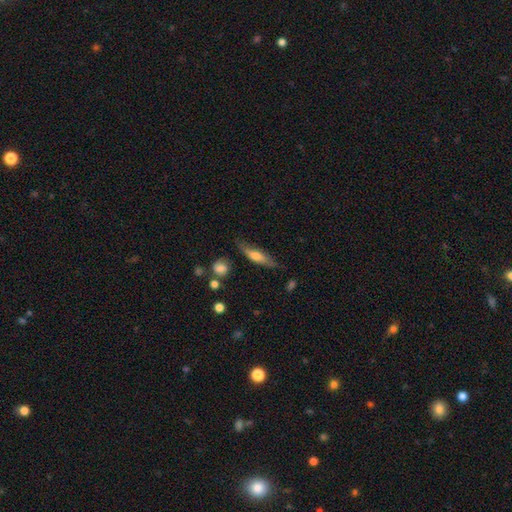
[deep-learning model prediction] smooth_or_featured: smooth (p=0.53) [alt: featured or disk p=0.40]
how_rounded: cigar-shaped (p=0.66) [alt: in between p=0.31]
merging: none (p=0.69) [alt: minor disturbance p=0.22]